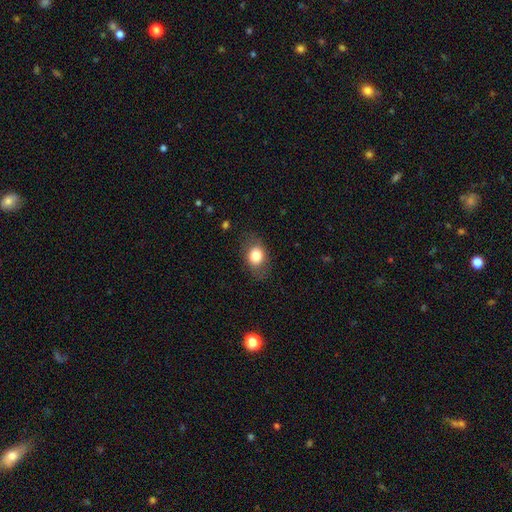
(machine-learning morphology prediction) Overall: smooth (78%). How rounded: in between (63%; round 36%). Merging: none (77%).